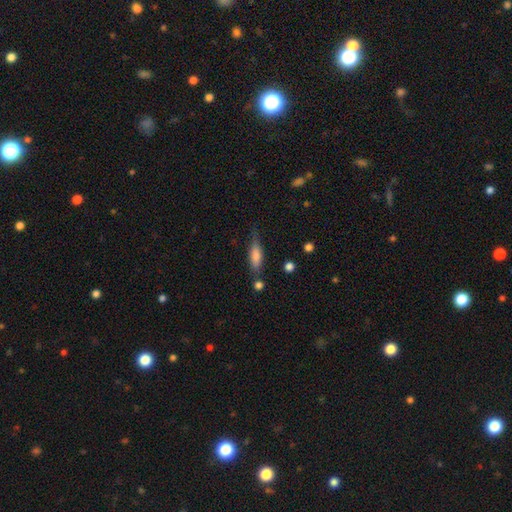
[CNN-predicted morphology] Q: Smooth or featured?
A: smooth (67%); runner-up: featured or disk (25%)
Q: How rounded?
A: cigar-shaped (56%); runner-up: in between (41%)
Q: Merging?
A: none (64%); runner-up: minor disturbance (23%)